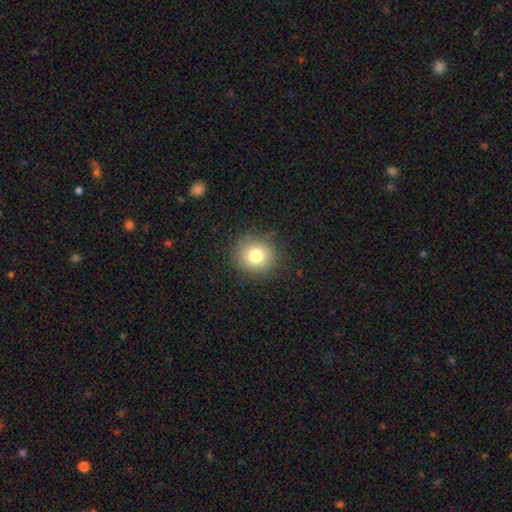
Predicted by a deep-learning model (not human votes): Smooth or featured?
  - smooth: 78% *
  - star or artifact: 12%
  - featured or disk: 10%
How rounded?
  - round: 85% *
  - in between: 14%
  - cigar-shaped: 1%
Merging?
  - none: 85% *
  - minor disturbance: 11%
  - major disturbance: 3%
  - merger: 1%